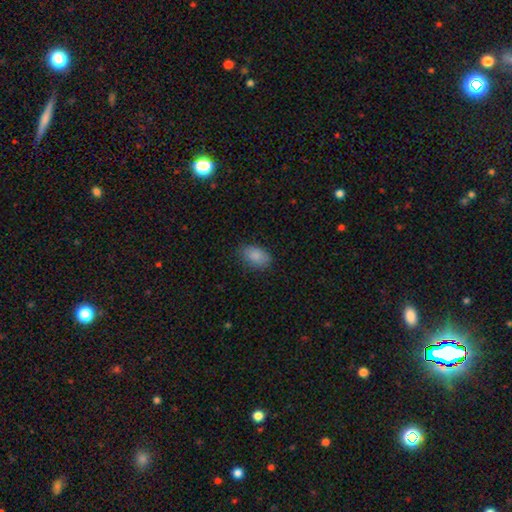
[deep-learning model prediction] This appears to be a smooth galaxy with no disk features (88%) that is in between round and cigar-shaped (89%). Merging: none (80%).